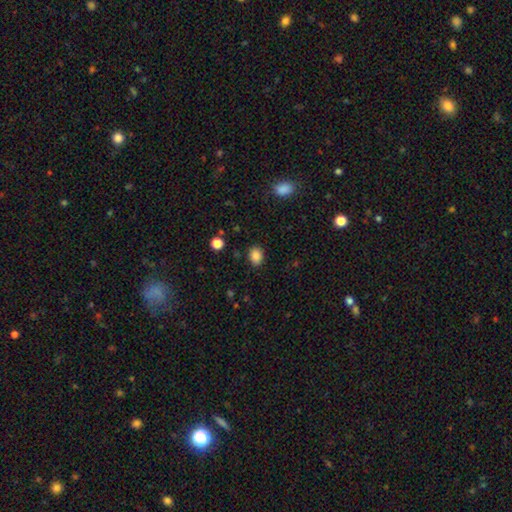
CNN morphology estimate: Q: Smooth or featured?
A: smooth (85%); runner-up: star or artifact (10%)
Q: How rounded?
A: in between (58%); runner-up: round (41%)
Q: Merging?
A: none (86%); runner-up: minor disturbance (10%)